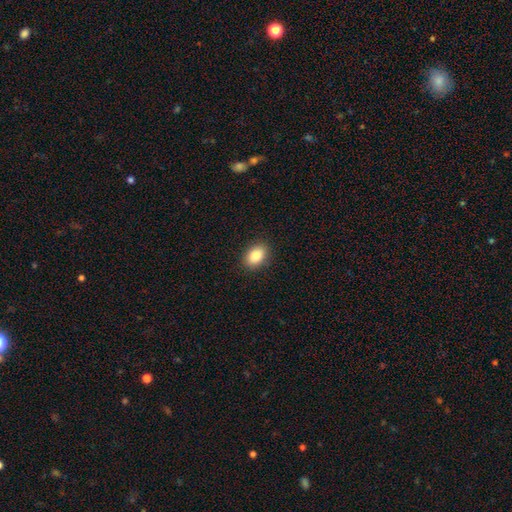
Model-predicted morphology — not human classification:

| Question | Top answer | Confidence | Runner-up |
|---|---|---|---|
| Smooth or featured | smooth | 85% | star or artifact (8%) |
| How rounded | in between | 82% | round (17%) |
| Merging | none | 89% | minor disturbance (8%) |